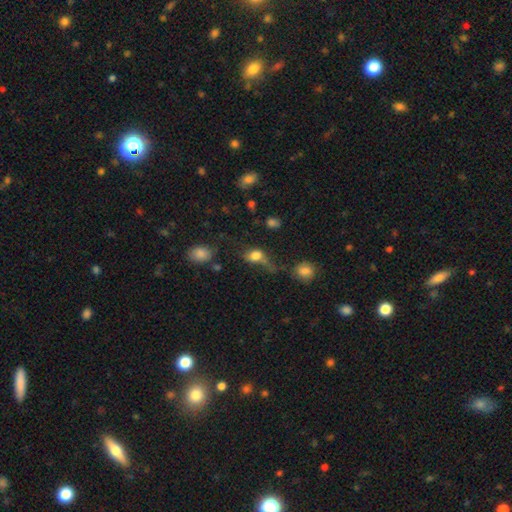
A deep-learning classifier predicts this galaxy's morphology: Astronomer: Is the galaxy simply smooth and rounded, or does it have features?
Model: smooth — 75%.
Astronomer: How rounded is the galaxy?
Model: in between — 58% (runner-up: round, 38%).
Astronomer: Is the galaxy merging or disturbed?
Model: none — 31% (runner-up: major disturbance, 28%).